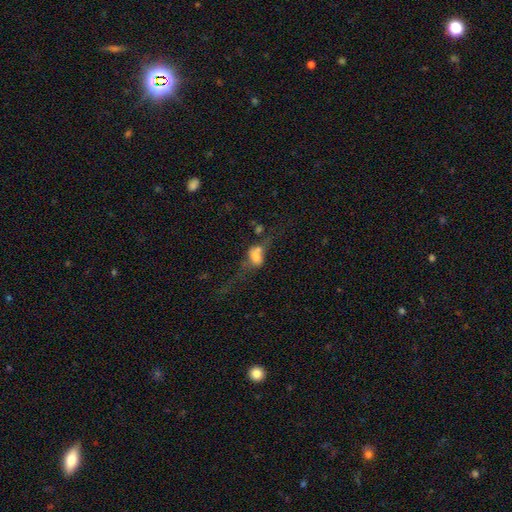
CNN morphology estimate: Overall: smooth (51%; featured or disk 36%). How rounded: in between (70%). Merging: merger (42%; major disturbance 25%).